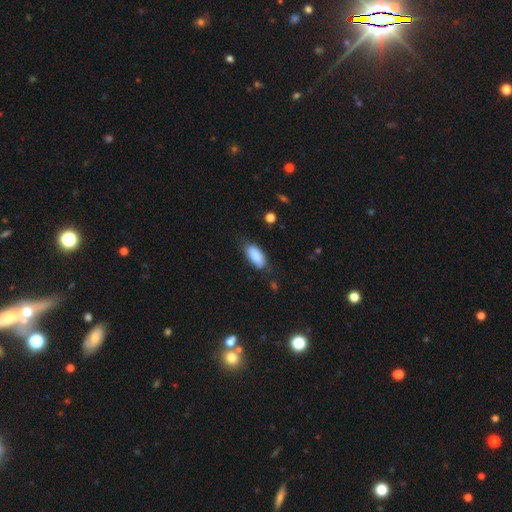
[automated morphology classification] smooth 86%, featured or disk 8%, star or artifact 7%. Down the decision tree: how rounded — in between (87%); merging — none (66%).